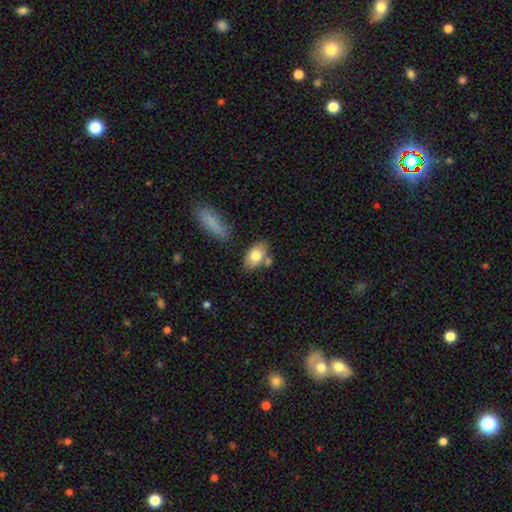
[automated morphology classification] smooth 77%, featured or disk 16%, star or artifact 7%. Down the decision tree: how rounded — in between (90%); merging — none (68%).